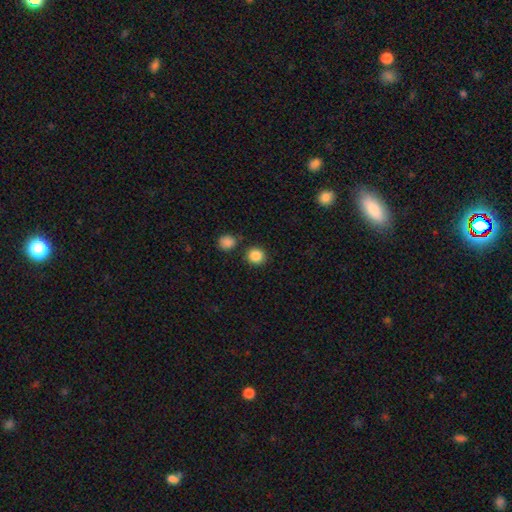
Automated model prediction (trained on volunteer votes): smooth-or-featured: smooth: 87% | star or artifact: 10% | featured or disk: 4%
  how-rounded: round: 89% | in between: 10% | cigar-shaped: 1%
  merging: none: 85% | minor disturbance: 7% | merger: 6% | major disturbance: 2%